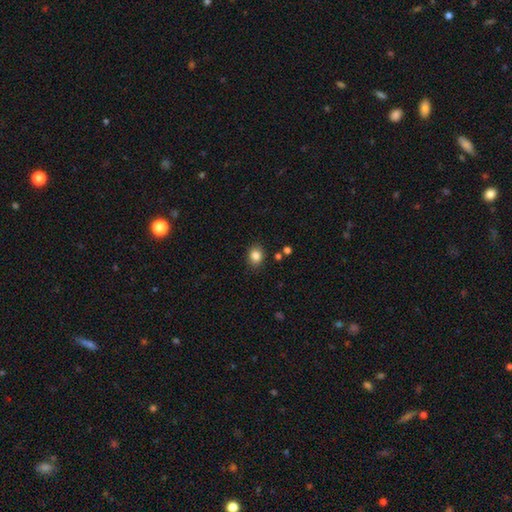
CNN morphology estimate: A smooth galaxy with no disk features (84%) that is round (53%).

Vote fractions:
- Smooth or featured? smooth: 84% / star or artifact: 10% / featured or disk: 6%
- How rounded? round: 53% / in between: 46% / cigar-shaped: 1%
- Merging? none: 85% / minor disturbance: 10% / merger: 2% / major disturbance: 2%